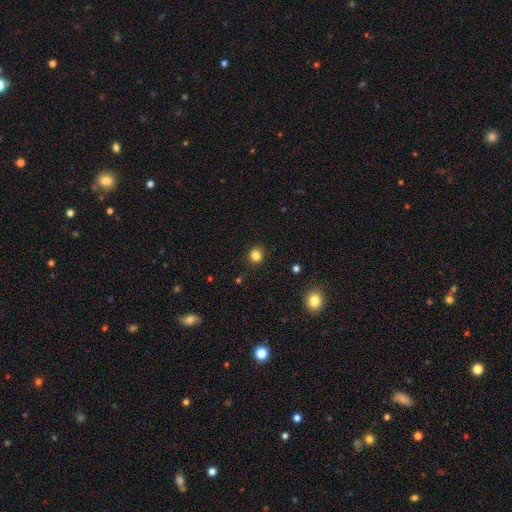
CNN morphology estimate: smooth 83%, star or artifact 13%, featured or disk 4%. Down the decision tree: how rounded — round (88%); merging — none (86%).